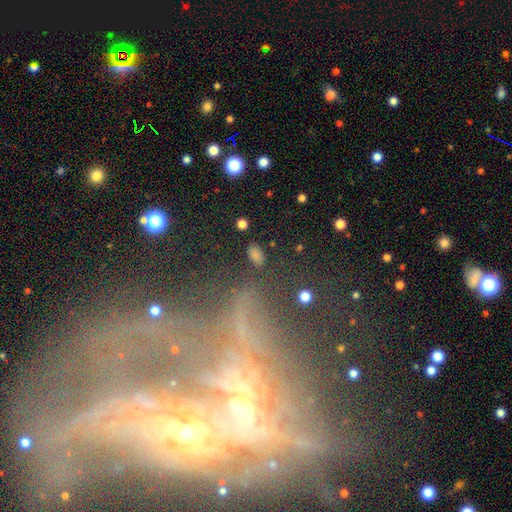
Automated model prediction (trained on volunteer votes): This appears to be a smooth galaxy with no disk features (53%) that is in between round and cigar-shaped (81%). Merging: none (77%).